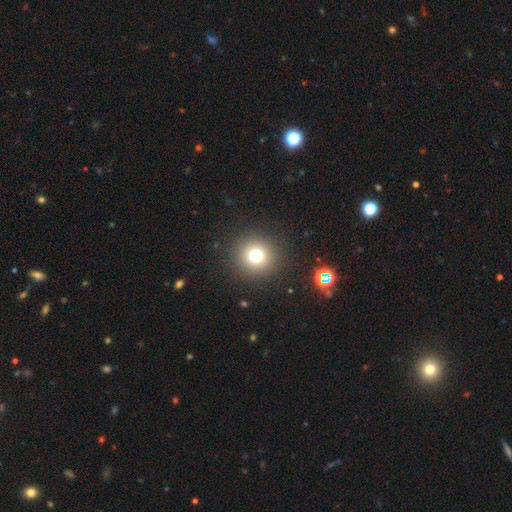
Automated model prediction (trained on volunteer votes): This appears to be a smooth galaxy with no disk features (76%) that is round (94%). Merging: none (90%).